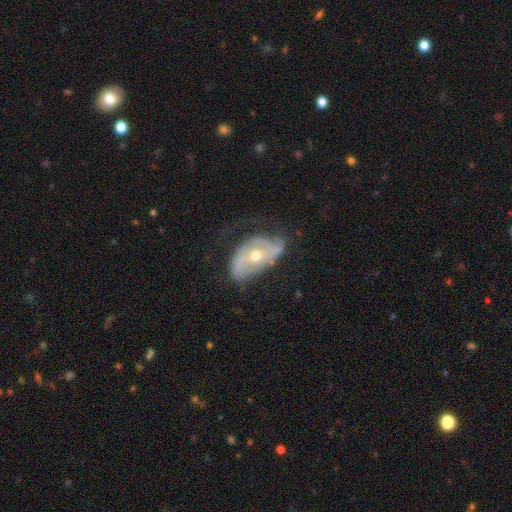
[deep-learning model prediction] A featured or disk galaxy (75%) with no bar (55%), 2 (69%) loose (41%) spiral arms (81%) and a moderate central bulge (54%). Merging: none (54%).